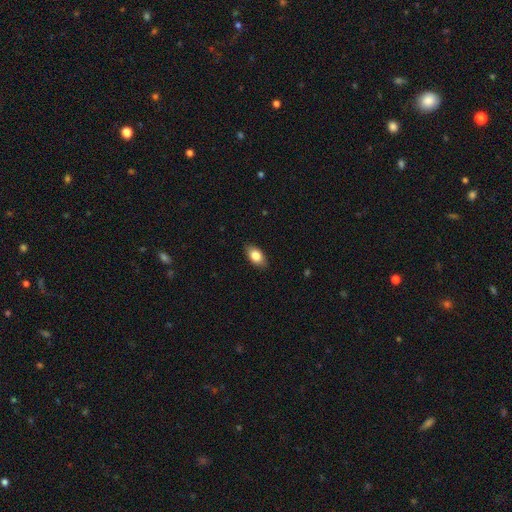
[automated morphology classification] Smooth or featured? Predicted: smooth (p=0.82). How rounded? Predicted: in between (p=0.90). Merging? Predicted: none (p=0.87).